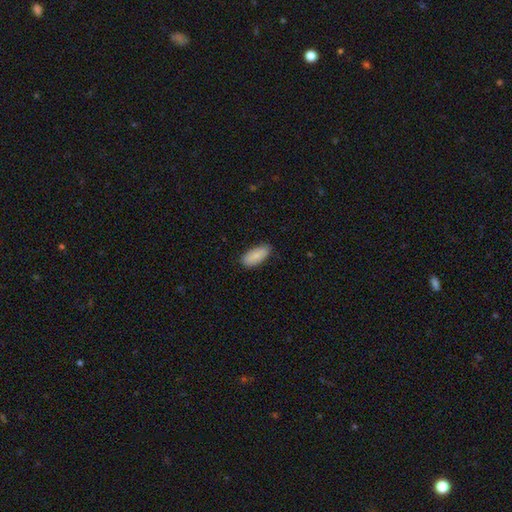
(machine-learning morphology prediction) Q: Smooth or featured?
A: smooth (83%); runner-up: featured or disk (11%)
Q: How rounded?
A: in between (90%); runner-up: cigar-shaped (8%)
Q: Merging?
A: none (83%); runner-up: minor disturbance (14%)